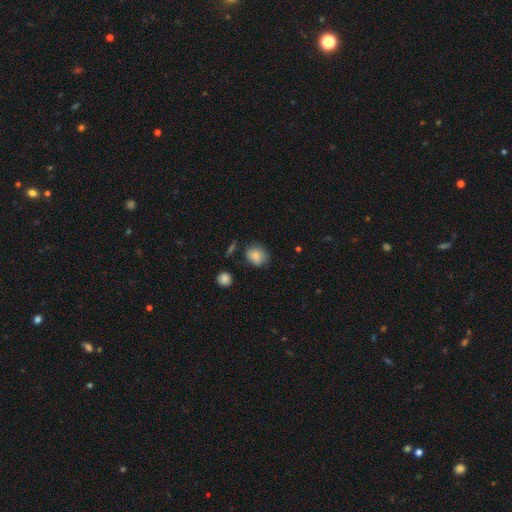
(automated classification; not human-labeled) Smooth or featured? smooth (84%)
How rounded? round (60%)
Merging? none (71%)